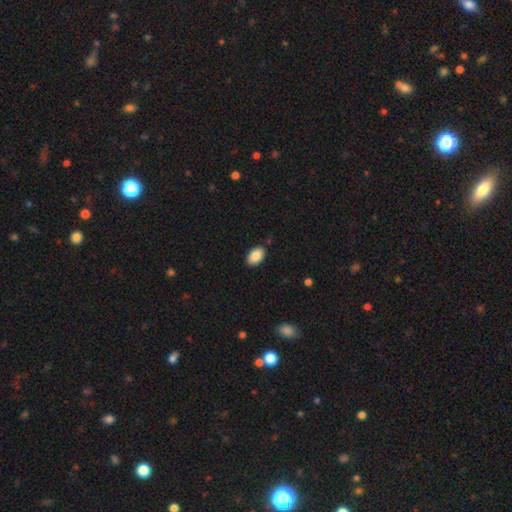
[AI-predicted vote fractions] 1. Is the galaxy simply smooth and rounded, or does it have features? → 87% smooth, 7% star or artifact, 6% featured or disk.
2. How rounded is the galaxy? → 90% in between, 9% round, 1% cigar-shaped.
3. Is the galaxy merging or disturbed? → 86% none, 10% minor disturbance, 2% major disturbance, 2% merger.